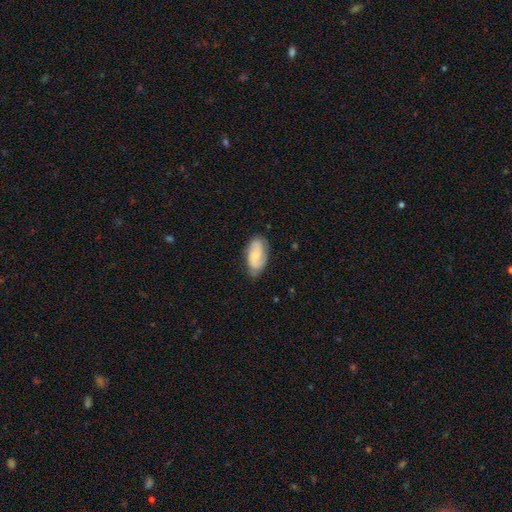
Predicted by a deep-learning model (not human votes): This is possibly a smooth galaxy (57%). How rounded: clearly in between (93%). Merging: likely none (75%).